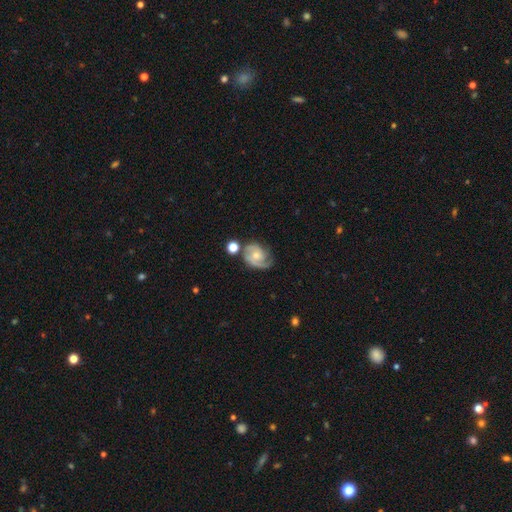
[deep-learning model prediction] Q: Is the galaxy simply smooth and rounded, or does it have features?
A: featured or disk — 78%.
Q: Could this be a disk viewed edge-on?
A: no — 97%.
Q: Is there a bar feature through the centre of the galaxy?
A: no — 69%.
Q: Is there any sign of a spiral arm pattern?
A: yes — 94%.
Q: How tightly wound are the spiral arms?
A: tight — 45%.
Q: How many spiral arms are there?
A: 2 — 52%.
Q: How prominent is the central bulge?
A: small — 46%.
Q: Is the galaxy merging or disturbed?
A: none — 57%.